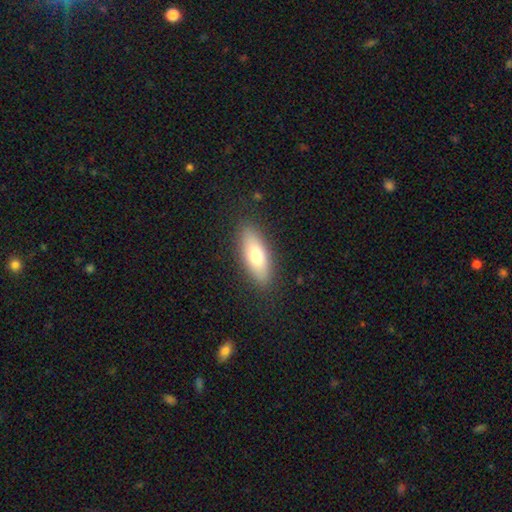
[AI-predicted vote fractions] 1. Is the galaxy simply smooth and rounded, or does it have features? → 72% smooth, 22% featured or disk, 7% star or artifact.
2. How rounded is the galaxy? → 70% in between, 27% cigar-shaped, 3% round.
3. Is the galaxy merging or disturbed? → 87% none, 9% minor disturbance, 3% major disturbance, 1% merger.